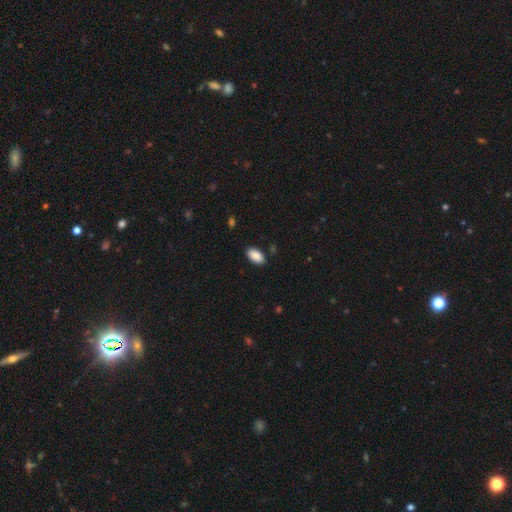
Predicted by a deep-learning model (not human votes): Smooth or featured: smooth — 90% (star or artifact — 7%)
How rounded: in between — 95% (round — 3%)
Merging: none — 87% (minor disturbance — 9%)